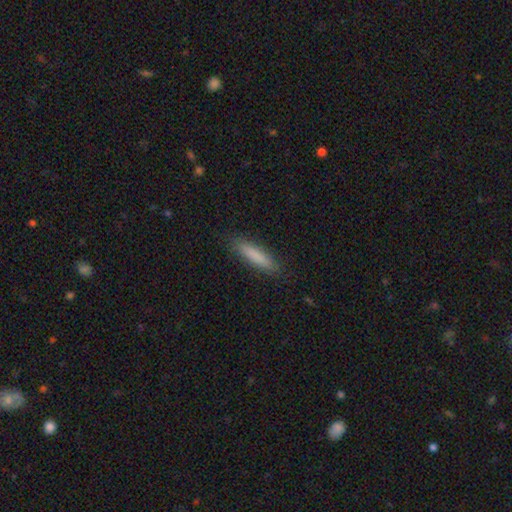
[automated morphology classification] This is clearly a smooth galaxy (83%). How rounded: clearly cigar-shaped (83%). Merging: clearly none (88%).